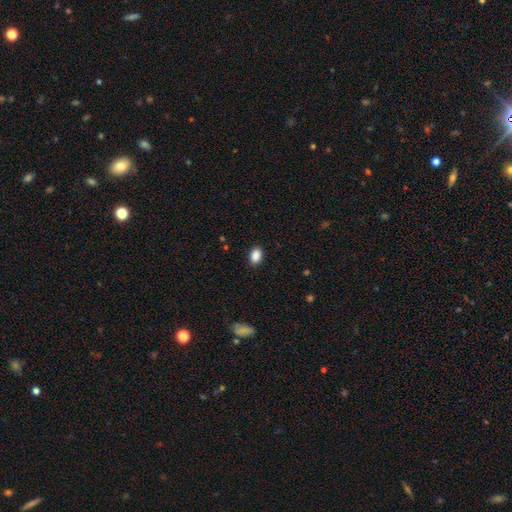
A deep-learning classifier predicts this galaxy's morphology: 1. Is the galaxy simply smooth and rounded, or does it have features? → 89% smooth, 8% star or artifact, 3% featured or disk.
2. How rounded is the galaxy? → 81% in between, 18% round, 1% cigar-shaped.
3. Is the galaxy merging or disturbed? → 87% none, 9% minor disturbance, 2% major disturbance, 1% merger.